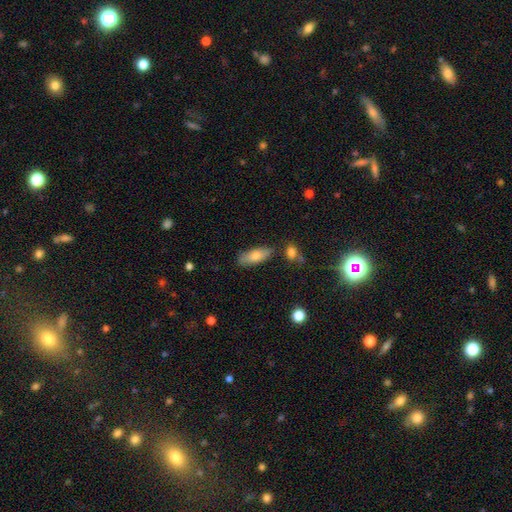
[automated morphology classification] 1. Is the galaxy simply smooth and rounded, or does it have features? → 76% smooth, 17% featured or disk, 7% star or artifact.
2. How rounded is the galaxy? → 70% in between, 28% cigar-shaped, 3% round.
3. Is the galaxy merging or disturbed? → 78% none, 14% minor disturbance, 5% merger, 3% major disturbance.